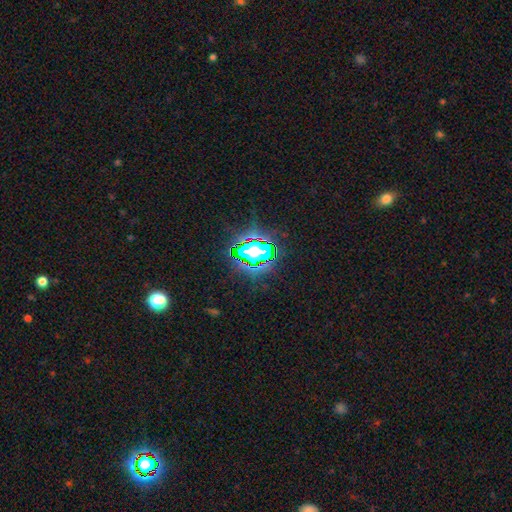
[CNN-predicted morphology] Q: Smooth or featured?
A: star or artifact (74%); runner-up: smooth (16%)